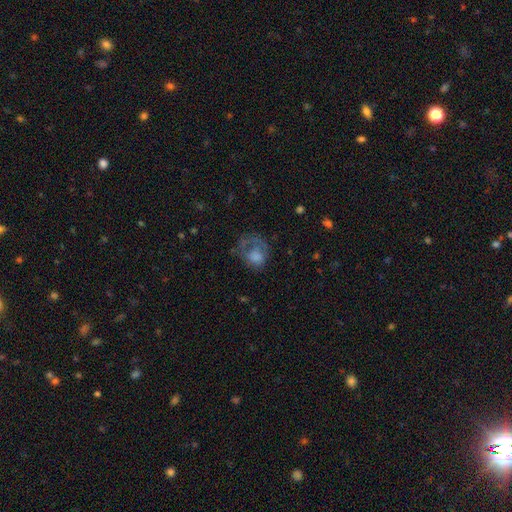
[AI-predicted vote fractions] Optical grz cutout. It shows a smooth galaxy with no disk features (59%) that is round (52%). Merging: major disturbance (47%).